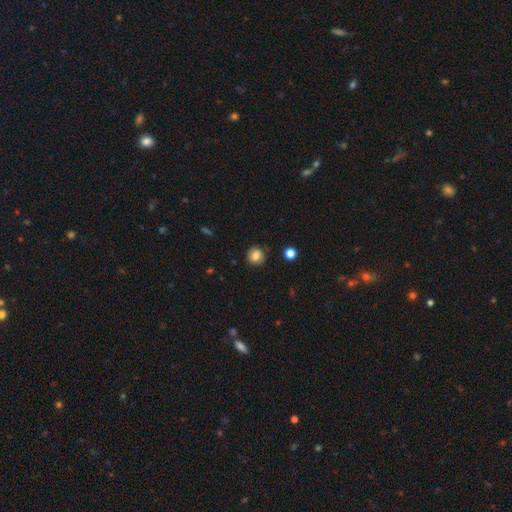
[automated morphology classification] type=smooth (79%); roundness=round (89%); merging=none (87%).